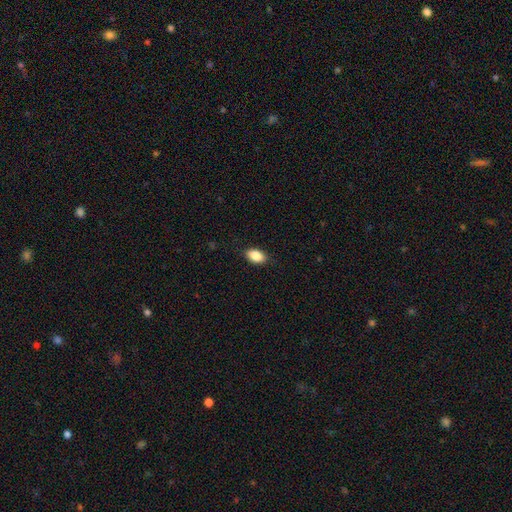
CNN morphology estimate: Overall: smooth (87%). How rounded: in between (90%). Merging: none (87%).